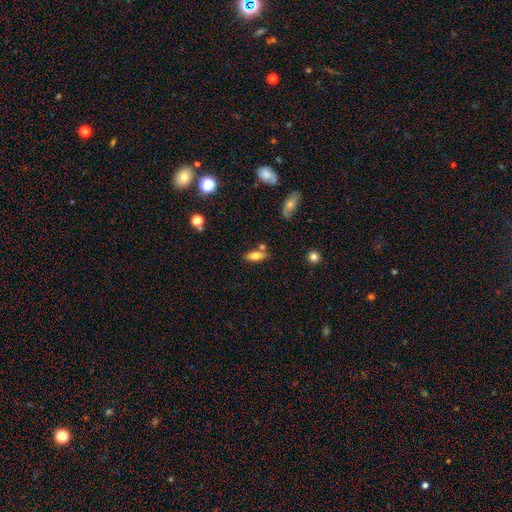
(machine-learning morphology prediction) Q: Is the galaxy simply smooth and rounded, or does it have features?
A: smooth — 70%.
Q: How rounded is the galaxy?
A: in between — 70%.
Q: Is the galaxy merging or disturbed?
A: none — 69%.